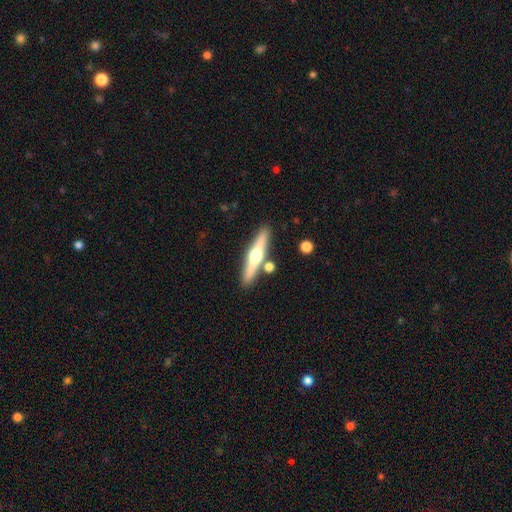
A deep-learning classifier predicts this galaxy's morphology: This is likely a featured or disk galaxy (64%). It is clearly viewed edge-on (96%). Edge-on bulge: clearly rounded (95%). Merging: clearly none (84%).